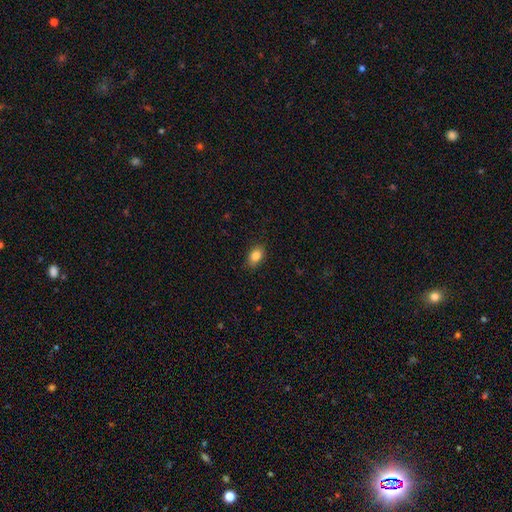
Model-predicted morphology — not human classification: smooth-or-featured: smooth: 86% | star or artifact: 8% | featured or disk: 6%
  how-rounded: in between: 86% | round: 12% | cigar-shaped: 2%
  merging: none: 87% | minor disturbance: 10% | major disturbance: 2% | merger: 1%